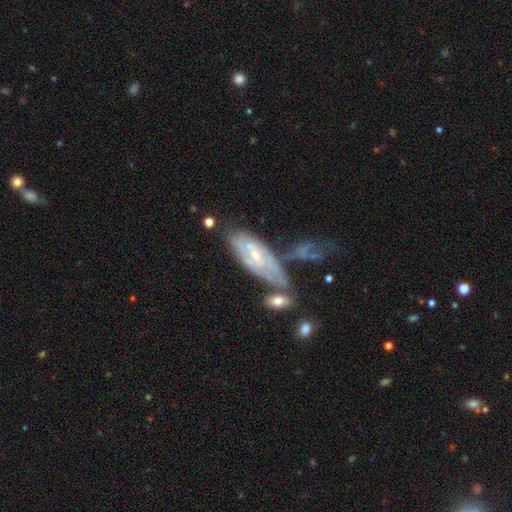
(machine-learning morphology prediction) Smooth or featured? Predicted: featured or disk (p=0.72). Edge-on disk? Predicted: no (p=0.85). Bar? Predicted: no (p=0.56). Spiral arms? Predicted: yes (p=0.72). Bulge size? Predicted: small (p=0.64). Merging? Predicted: none (p=0.40).